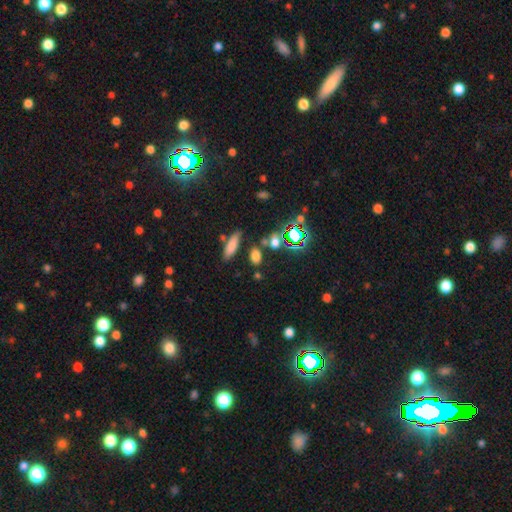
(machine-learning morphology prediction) smooth_or_featured: smooth (p=0.71) [alt: star or artifact p=0.21]
how_rounded: in between (p=0.63) [alt: cigar-shaped p=0.20]
merging: none (p=0.75) [alt: minor disturbance p=0.11]